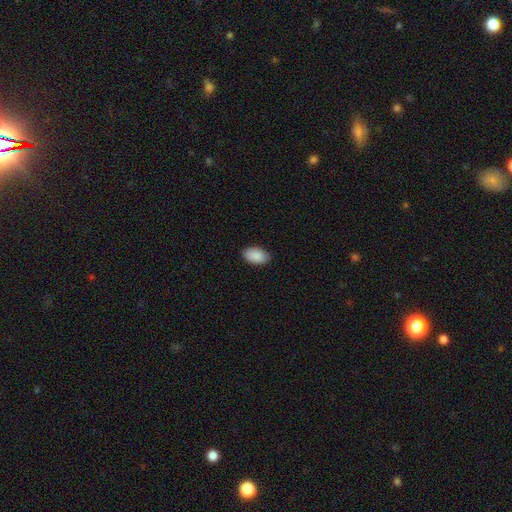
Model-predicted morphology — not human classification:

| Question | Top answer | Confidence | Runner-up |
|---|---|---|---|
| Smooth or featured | smooth | 90% | star or artifact (6%) |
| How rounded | in between | 94% | round (5%) |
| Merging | none | 86% | minor disturbance (11%) |